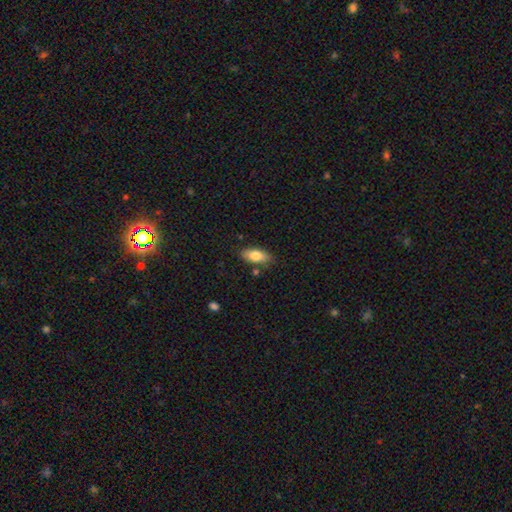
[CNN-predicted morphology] The model was most divided on "smooth or featured": smooth: 77%, featured or disk: 16%, star or artifact: 7%. More confident: how rounded — in between (83%); merging — none (79%).